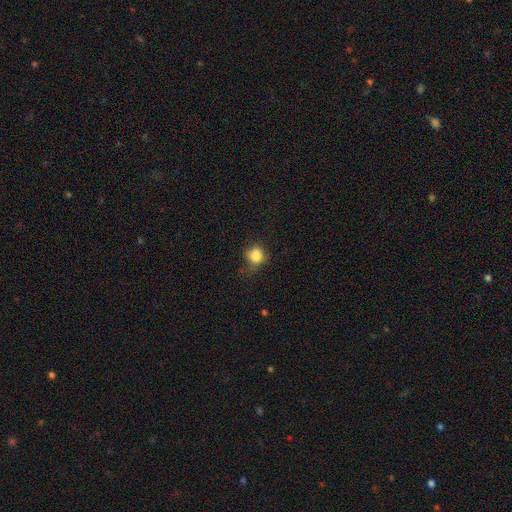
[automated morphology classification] The model was most divided on "merging": none: 58%, minor disturbance: 30%, major disturbance: 10%, merger: 2%. More confident: smooth or featured — smooth (82%); how rounded — round (73%).